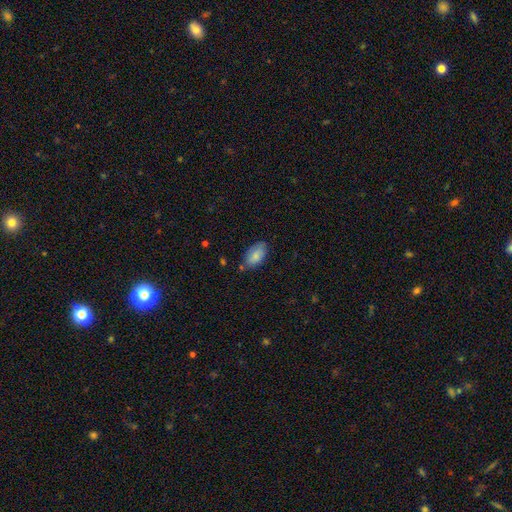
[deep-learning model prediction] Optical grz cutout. It shows a smooth galaxy with no disk features (83%) that is in between round and cigar-shaped (94%). Merging: none (72%).